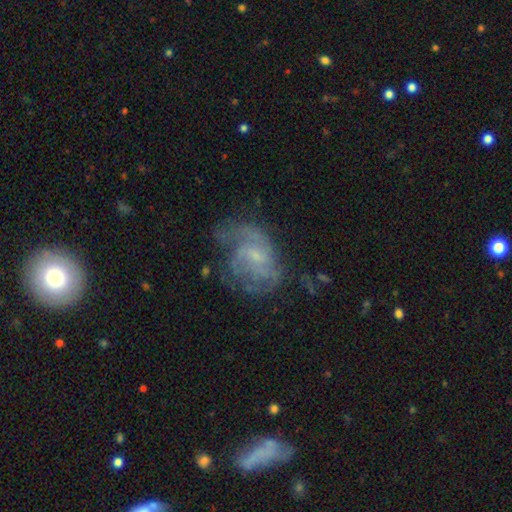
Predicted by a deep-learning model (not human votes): Q: Smooth or featured?
A: featured or disk (73%); runner-up: smooth (17%)
Q: Edge-on disk?
A: no (98%); runner-up: yes (2%)
Q: Bar?
A: no (53%); runner-up: weak (41%)
Q: Spiral arms?
A: yes (82%); runner-up: no (18%)
Q: Spiral winding?
A: medium (44%); runner-up: tight (31%)
Q: Spiral arm count?
A: can't tell (38%); runner-up: 2 (27%)
Q: Bulge size?
A: small (64%); runner-up: moderate (18%)
Q: Merging?
A: none (50%); runner-up: major disturbance (25%)